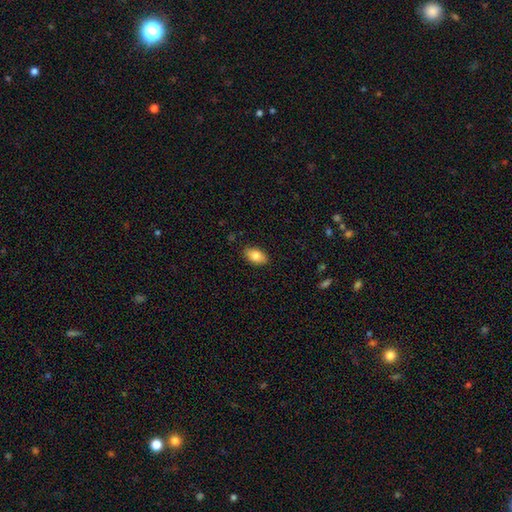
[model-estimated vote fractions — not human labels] The model was most divided on "smooth or featured": smooth: 83%, featured or disk: 10%, star or artifact: 7%. More confident: how rounded — in between (92%); merging — none (87%).